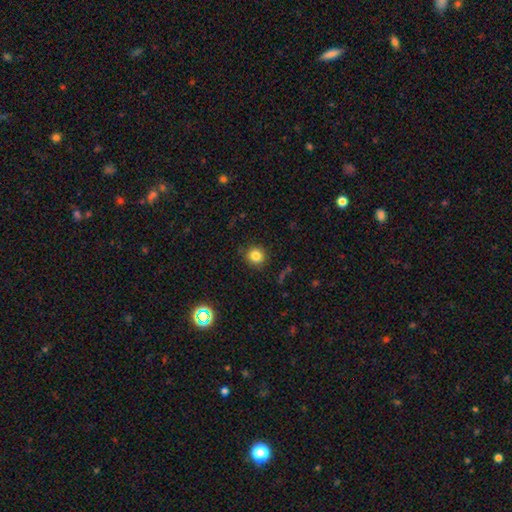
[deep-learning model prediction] A smooth galaxy with no disk features (81%) that is round (90%). Merging: none (87%).